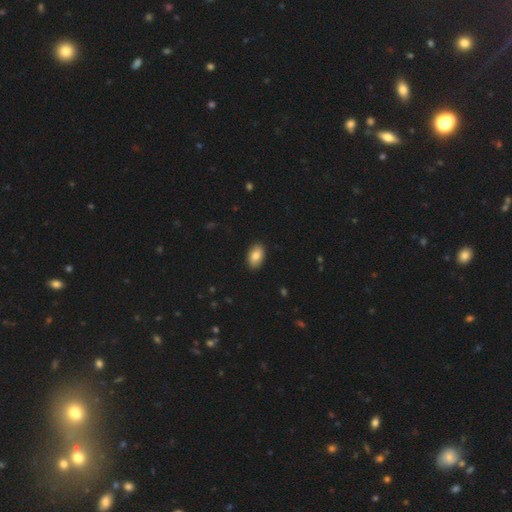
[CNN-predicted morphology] Overall: smooth (84%). How rounded: in between (92%). Merging: none (90%).